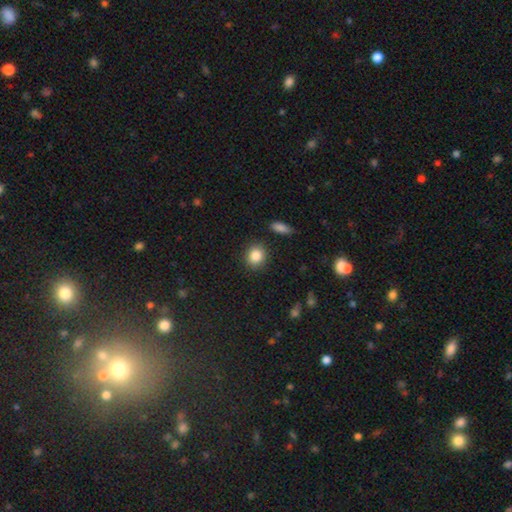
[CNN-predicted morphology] Overall: smooth (86%). How rounded: round (73%). Merging: none (87%).